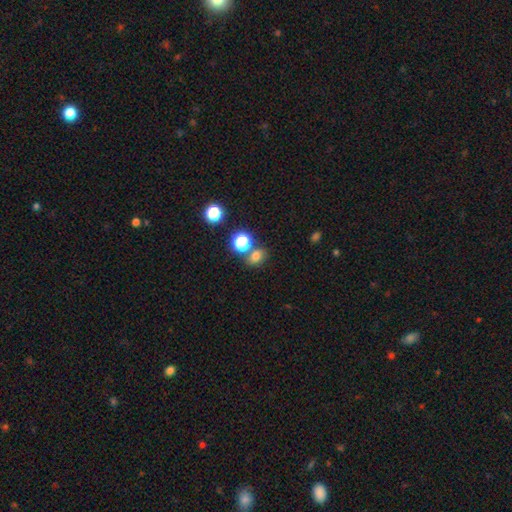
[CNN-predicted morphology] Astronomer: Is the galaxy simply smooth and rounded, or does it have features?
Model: smooth — 71%.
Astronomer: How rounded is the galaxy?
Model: round — 54% (runner-up: in between, 45%).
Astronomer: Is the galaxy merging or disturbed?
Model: none — 65%.